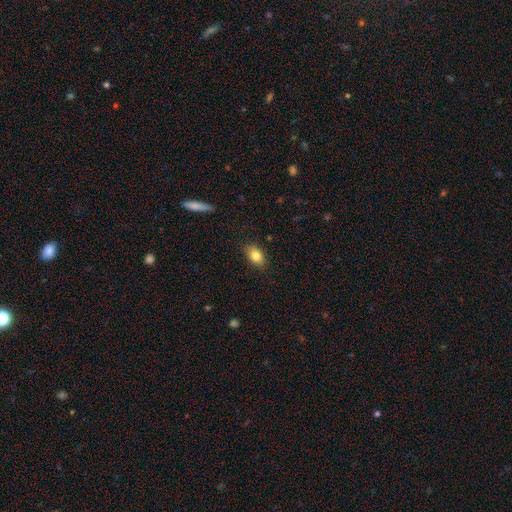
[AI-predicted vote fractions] A smooth galaxy with no disk features (82%) that is in between round and cigar-shaped (84%). Merging: none (87%).